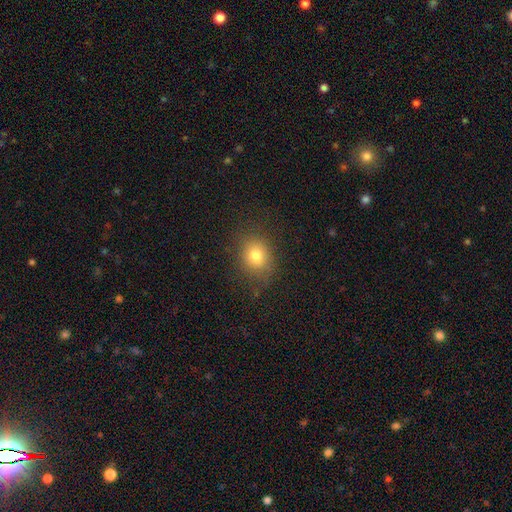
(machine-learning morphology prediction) This appears to be a smooth galaxy with no disk features (76%) that is round (64%). Merging: none (80%).